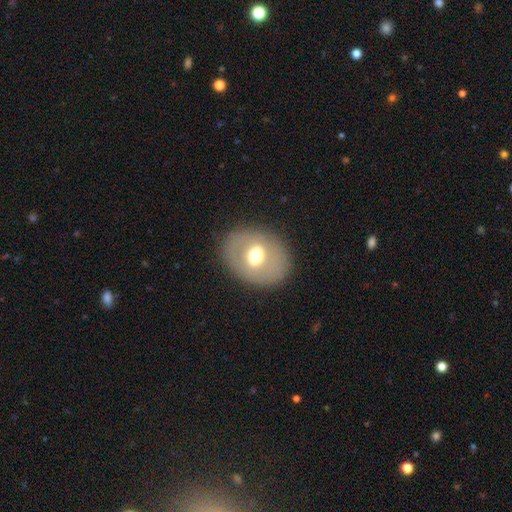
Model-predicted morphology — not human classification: Smooth or featured?
  - smooth: 52% *
  - featured or disk: 39%
  - star or artifact: 8%
How rounded?
  - in between: 53% *
  - round: 46%
  - cigar-shaped: 1%
Merging?
  - none: 84% *
  - minor disturbance: 10%
  - major disturbance: 5%
  - merger: 1%